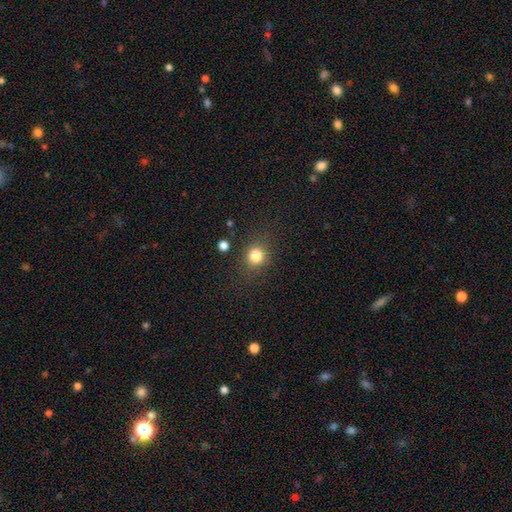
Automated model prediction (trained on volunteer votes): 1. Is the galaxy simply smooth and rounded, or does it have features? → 81% smooth, 13% star or artifact, 6% featured or disk.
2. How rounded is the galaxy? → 81% round, 18% in between, 1% cigar-shaped.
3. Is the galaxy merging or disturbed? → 81% none, 11% minor disturbance, 5% major disturbance, 3% merger.